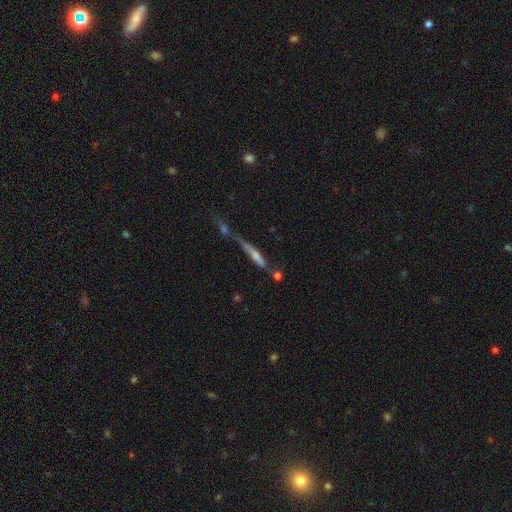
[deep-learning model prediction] A featured or disk galaxy (61%) viewed edge-on (86%) with a rounded central bulge (58%). Merging: none (41%).